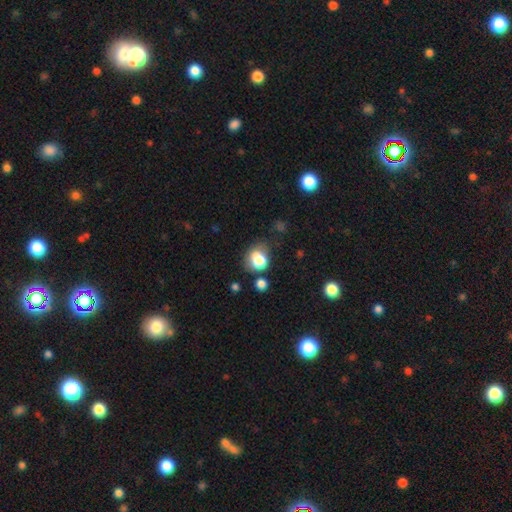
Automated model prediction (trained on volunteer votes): A smooth galaxy with no disk features (75%) that is round (59%).

Vote fractions:
- Smooth or featured? smooth: 75% / featured or disk: 13% / star or artifact: 12%
- How rounded? round: 59% / in between: 40% / cigar-shaped: 1%
- Merging? none: 47% / minor disturbance: 24% / merger: 16% / major disturbance: 13%